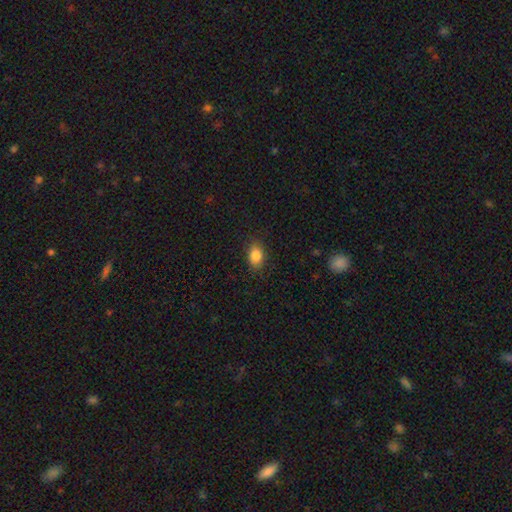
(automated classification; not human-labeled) smooth-or-featured: smooth: 85% | star or artifact: 9% | featured or disk: 6%
  how-rounded: in between: 76% | round: 22% | cigar-shaped: 2%
  merging: none: 86% | minor disturbance: 10% | major disturbance: 3% | merger: 1%